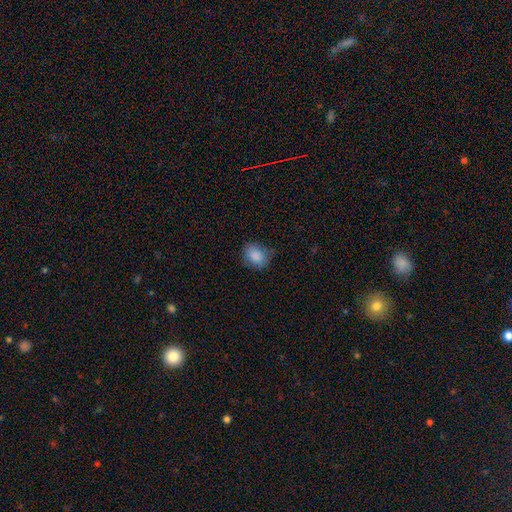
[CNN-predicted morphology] This appears to be a smooth galaxy with no disk features (86%) that is round (53%). Merging: none (72%).